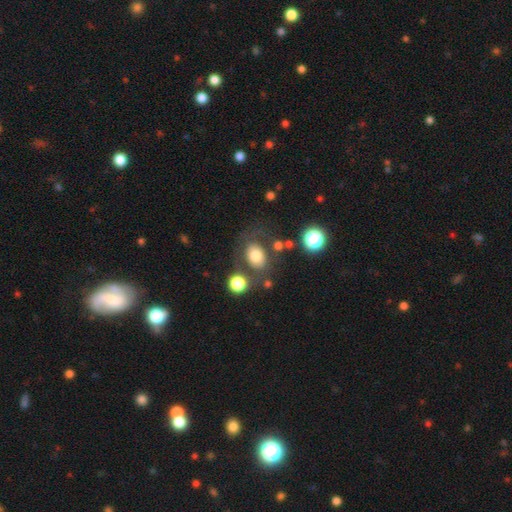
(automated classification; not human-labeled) The model was most divided on "how rounded": in between: 57%, round: 42%, cigar-shaped: 1%. More confident: smooth or featured — smooth (72%); merging — none (65%).